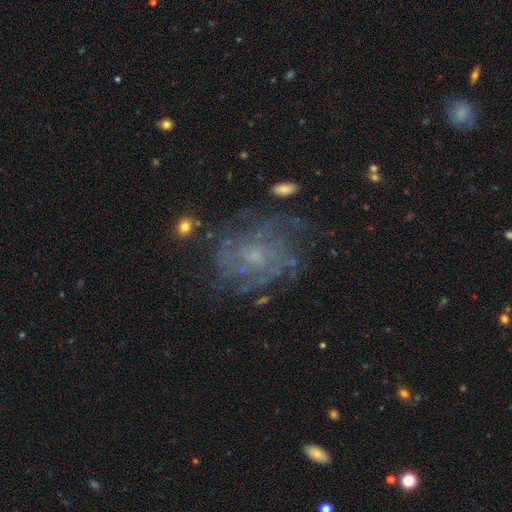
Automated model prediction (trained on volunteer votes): smooth-or-featured: featured or disk: 71% | star or artifact: 15% | smooth: 14%
  disk-edge-on: no: 97% | yes: 3%
    bar: no: 71% | weak: 25% | strong: 4%
    has-spiral-arms: yes: 82% | no: 18%
      spiral-winding: tight: 48% | medium: 36% | loose: 16%
      spiral-arm-count: can't tell: 49% | 4: 14% | 3: 12% | more than 4: 11% | 2: 9% | 1: 6%
    bulge-size: small: 61% | moderate: 24% | none: 11% | large: 2% | dominant: 1%
  merging: none: 66% | minor disturbance: 17% | major disturbance: 14% | merger: 3%